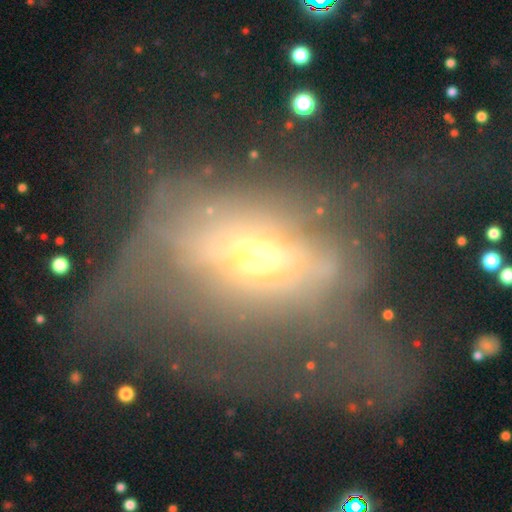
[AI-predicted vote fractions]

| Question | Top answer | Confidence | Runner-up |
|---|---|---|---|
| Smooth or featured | featured or disk | 50% | smooth (34%) |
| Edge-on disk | no | 71% | yes (29%) |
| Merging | major disturbance | 39% | none (36%) |